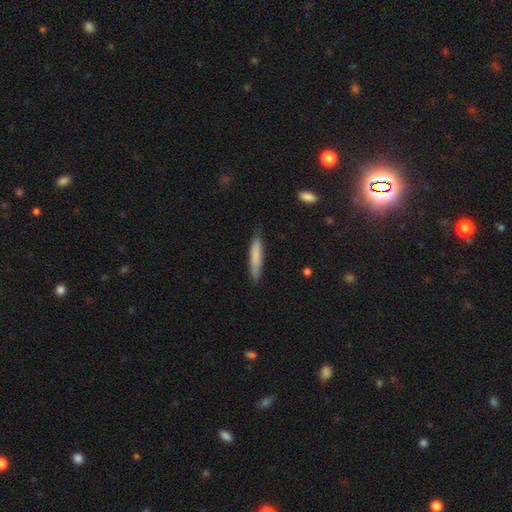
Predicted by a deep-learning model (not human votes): smooth-or-featured: smooth: 77% | featured or disk: 17% | star or artifact: 5%
  how-rounded: cigar-shaped: 91% | in between: 8% | round: 1%
  merging: none: 81% | minor disturbance: 16% | major disturbance: 2% | merger: 1%